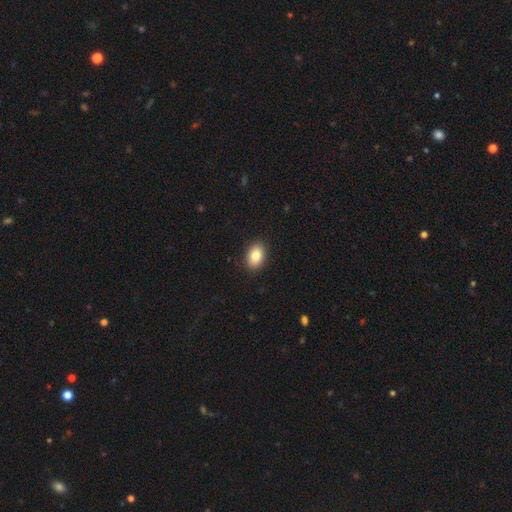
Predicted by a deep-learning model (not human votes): A smooth galaxy with no disk features (84%) that is in between round and cigar-shaped (83%).

Vote fractions:
- Smooth or featured? smooth: 84% / featured or disk: 8% / star or artifact: 8%
- How rounded? in between: 83% / round: 16% / cigar-shaped: 1%
- Merging? none: 89% / minor disturbance: 8% / major disturbance: 2% / merger: 1%